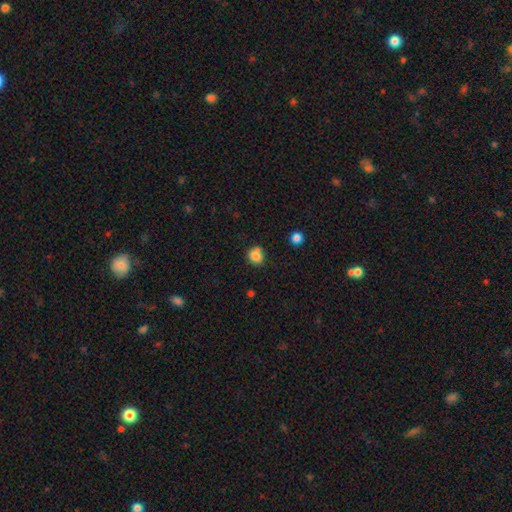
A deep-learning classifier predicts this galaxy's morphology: Overall: smooth (82%). How rounded: round (80%). Merging: none (66%).